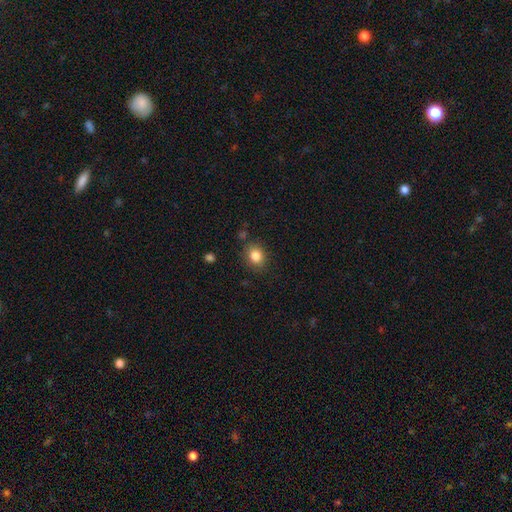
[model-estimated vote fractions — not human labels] This appears to be a smooth galaxy with no disk features (84%) that is round (63%). Merging: none (83%).